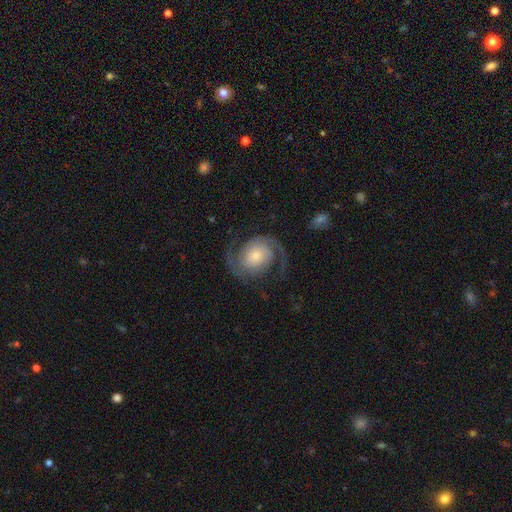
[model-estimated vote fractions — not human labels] smooth_or_featured: featured or disk (p=0.88) [alt: smooth p=0.07]
disk_edge_on: no (p=0.98) [alt: yes p=0.02]
bar: no (p=0.70) [alt: weak p=0.23]
has_spiral_arms: yes (p=0.98) [alt: no p=0.02]
spiral_winding: medium (p=0.50) [alt: loose p=0.26]
spiral_arm_count: 2 (p=0.93) [alt: can't tell p=0.02]
bulge_size: small (p=0.46) [alt: moderate p=0.36]
merging: none (p=0.76) [alt: minor disturbance p=0.13]